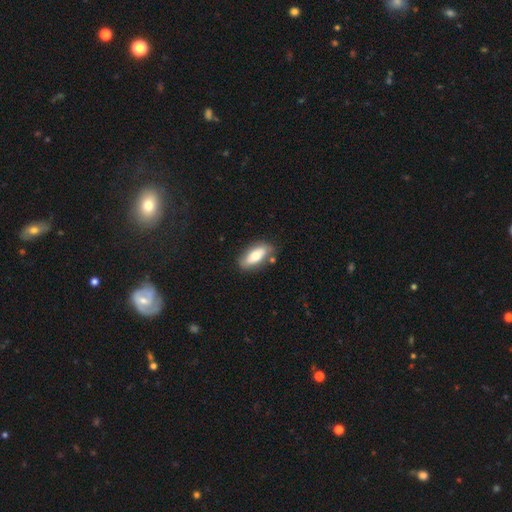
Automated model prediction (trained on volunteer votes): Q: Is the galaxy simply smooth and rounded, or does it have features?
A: smooth — 64%.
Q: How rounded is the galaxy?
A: in between — 84%.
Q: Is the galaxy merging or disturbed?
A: none — 76%.